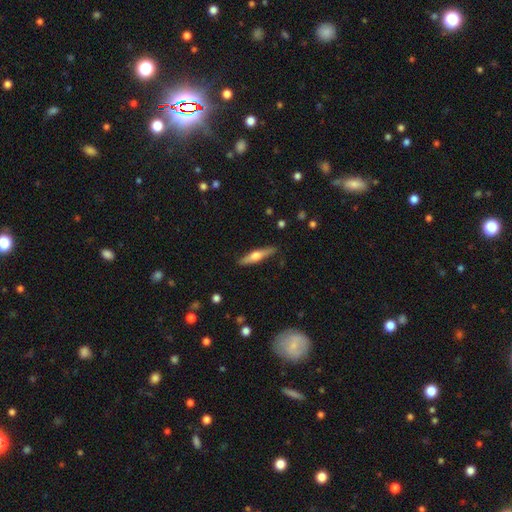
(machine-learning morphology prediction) Overall: featured or disk (54%; smooth 40%). Edge-on disk: yes (95%). Edge-on bulge: rounded (91%). Merging: none (88%).